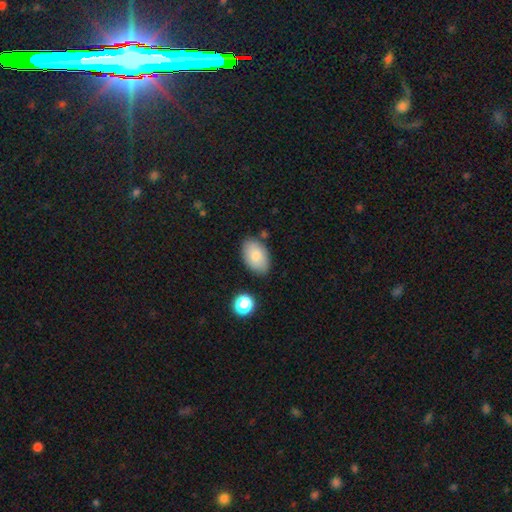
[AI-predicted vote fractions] Morphology: type=smooth (81%); roundness=in between (92%); merging=none (77%).